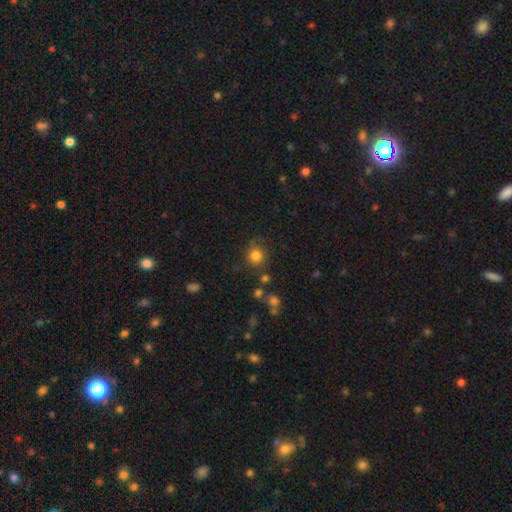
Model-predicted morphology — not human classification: Smooth or featured? Predicted: smooth (p=0.82). How rounded? Predicted: round (p=0.89). Merging? Predicted: none (p=0.74).